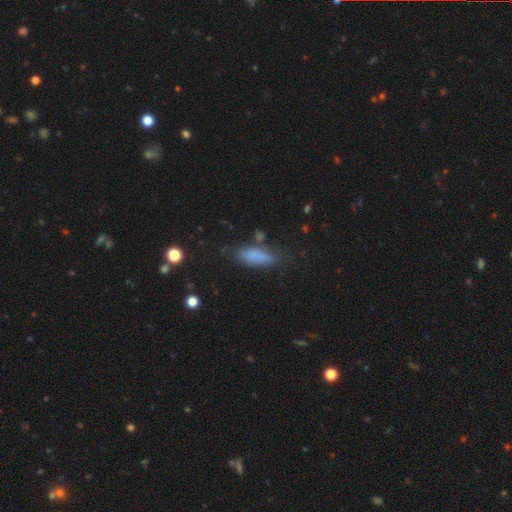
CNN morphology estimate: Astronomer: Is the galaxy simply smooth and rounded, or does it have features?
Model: smooth — 81%.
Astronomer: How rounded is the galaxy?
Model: in between — 59% (runner-up: cigar-shaped, 38%).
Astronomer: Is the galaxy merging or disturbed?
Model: none — 69%.